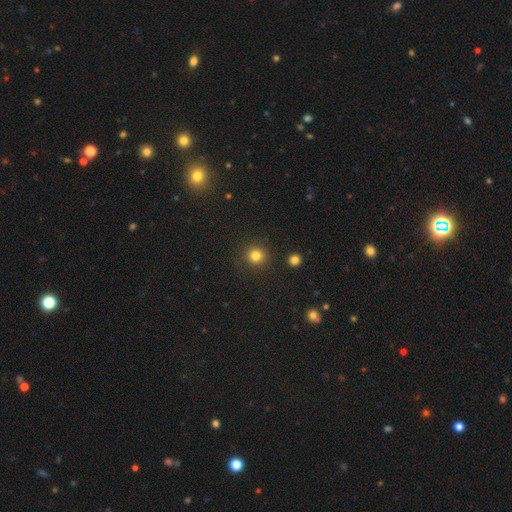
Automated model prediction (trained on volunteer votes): Q: Smooth or featured?
A: smooth (82%); runner-up: star or artifact (14%)
Q: How rounded?
A: round (93%); runner-up: in between (6%)
Q: Merging?
A: none (90%); runner-up: minor disturbance (6%)